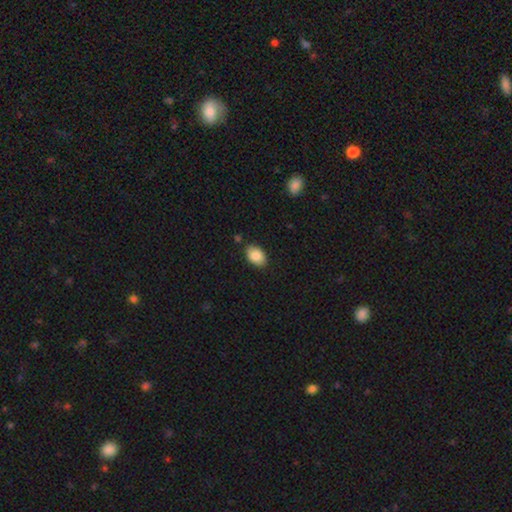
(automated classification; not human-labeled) Smooth or featured?
  - smooth: 87% *
  - star or artifact: 7%
  - featured or disk: 6%
How rounded?
  - in between: 87% *
  - round: 12%
  - cigar-shaped: 1%
Merging?
  - none: 85% *
  - minor disturbance: 11%
  - merger: 2%
  - major disturbance: 2%